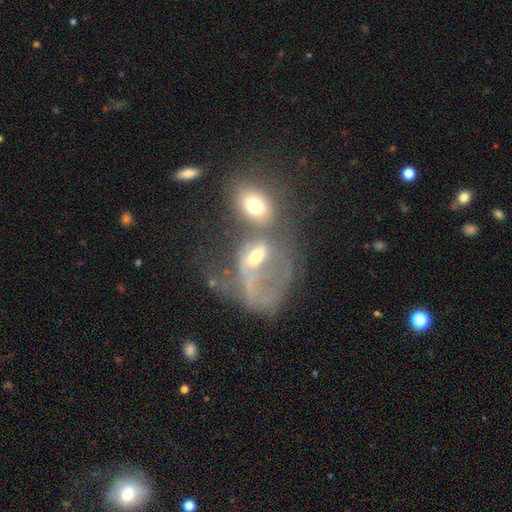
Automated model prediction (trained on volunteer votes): A featured or disk galaxy (55%) with no bar (66%), spiral arms (51%) and a moderate central bulge (43%).

Vote fractions:
- Smooth or featured? featured or disk: 55% / smooth: 26% / star or artifact: 19%
- Edge-on disk? no: 94% / yes: 6%
- Bar? no: 66% / weak: 23% / strong: 12%
- Spiral arms? yes: 51% / no: 49%
- Bulge size? moderate: 43% / small: 34% / none: 10% / large: 9% / dominant: 4%
- Merging? merger: 51% / none: 24% / major disturbance: 14% / minor disturbance: 11%